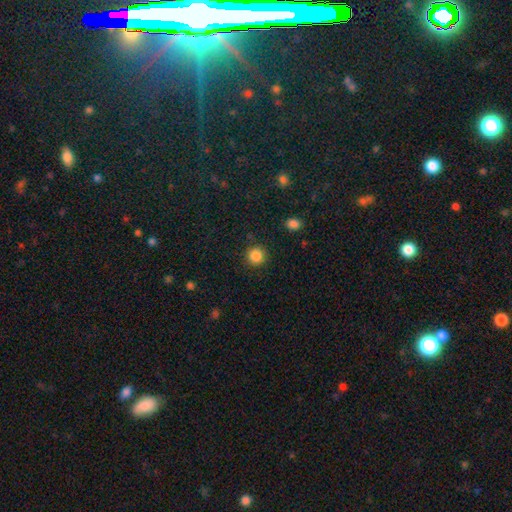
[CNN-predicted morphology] Smooth or featured? Predicted: smooth (p=0.86). How rounded? Predicted: round (p=0.94). Merging? Predicted: none (p=0.88).